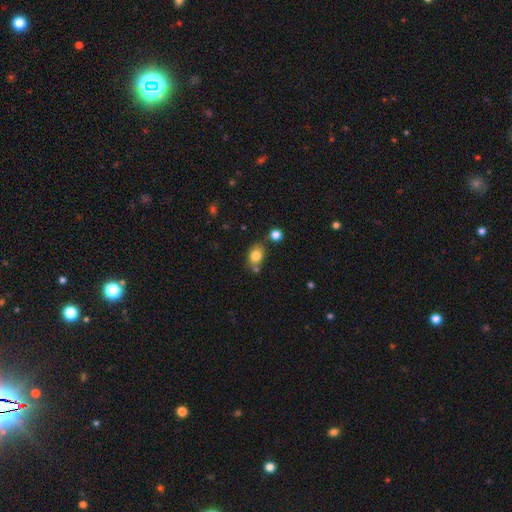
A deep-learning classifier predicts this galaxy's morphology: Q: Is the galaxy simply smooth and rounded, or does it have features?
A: smooth — 80%.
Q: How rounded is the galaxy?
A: in between — 69%.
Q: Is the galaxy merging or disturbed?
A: none — 67%.